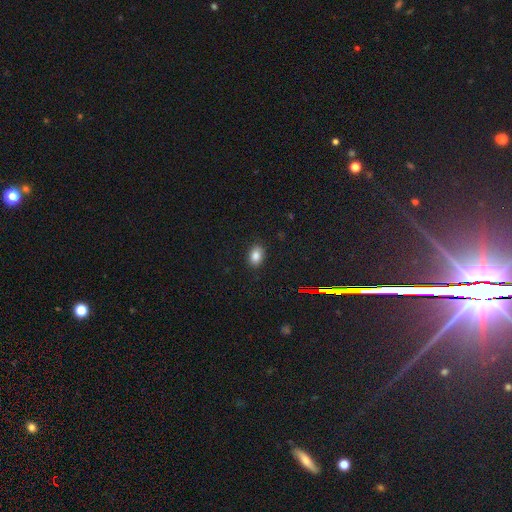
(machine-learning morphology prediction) The model was most divided on "how rounded": in between: 83%, round: 16%, cigar-shaped: 1%. More confident: merging — none (88%); smooth or featured — smooth (84%).